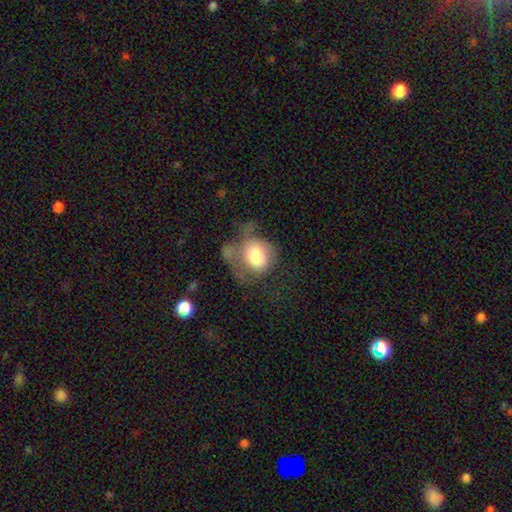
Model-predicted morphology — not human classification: Q: Smooth or featured?
A: smooth (66%); runner-up: featured or disk (26%)
Q: How rounded?
A: round (60%); runner-up: in between (38%)
Q: Merging?
A: major disturbance (48%); runner-up: none (22%)